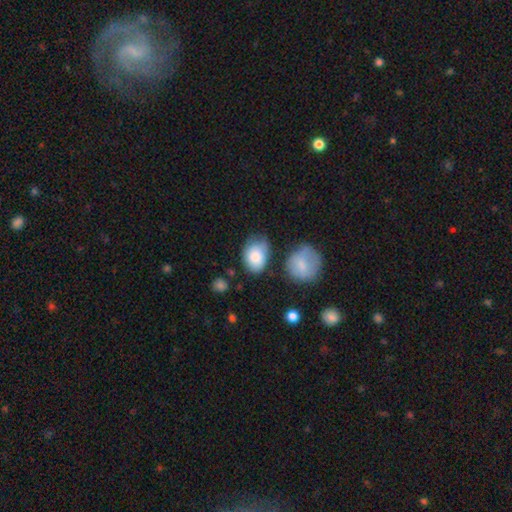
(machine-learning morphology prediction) Smooth or featured?
  - smooth: 79% *
  - featured or disk: 14%
  - star or artifact: 7%
How rounded?
  - in between: 76% *
  - round: 23%
  - cigar-shaped: 1%
Merging?
  - none: 45% *
  - minor disturbance: 33%
  - major disturbance: 12%
  - merger: 9%